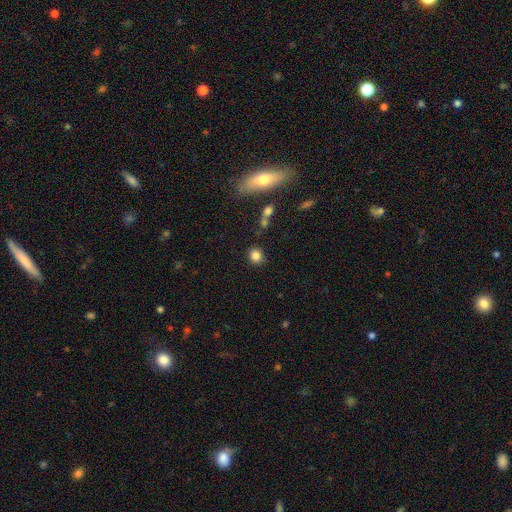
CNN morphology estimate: smooth_or_featured: smooth (p=0.83) [alt: star or artifact p=0.11]
how_rounded: round (p=0.77) [alt: in between p=0.22]
merging: none (p=0.85) [alt: minor disturbance p=0.09]